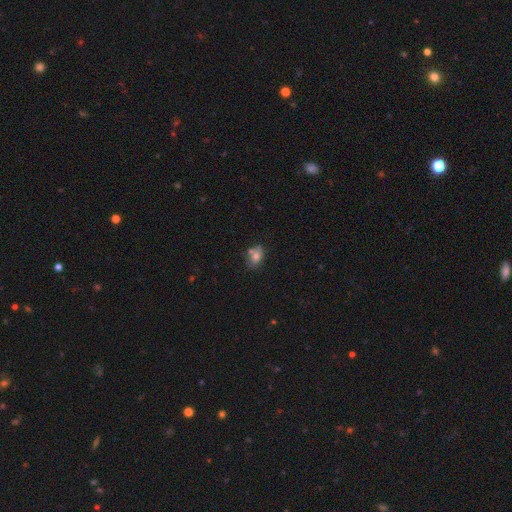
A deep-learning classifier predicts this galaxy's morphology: smooth-or-featured: smooth: 71% | featured or disk: 17% | star or artifact: 12%
  how-rounded: in between: 68% | round: 30% | cigar-shaped: 2%
  merging: none: 56% | merger: 22% | minor disturbance: 17% | major disturbance: 5%